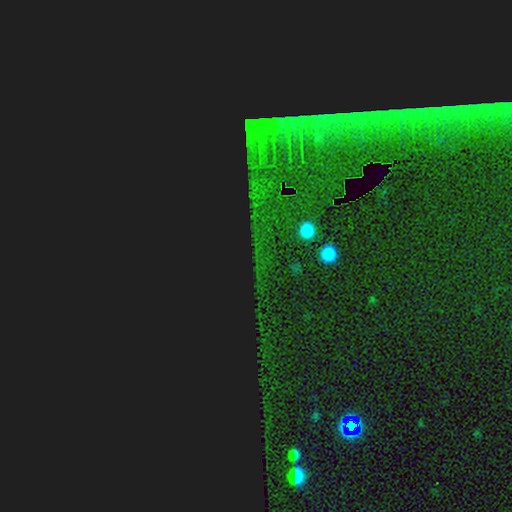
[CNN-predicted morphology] The model was most divided on "smooth or featured": star or artifact: 85%, smooth: 8%, featured or disk: 7%.